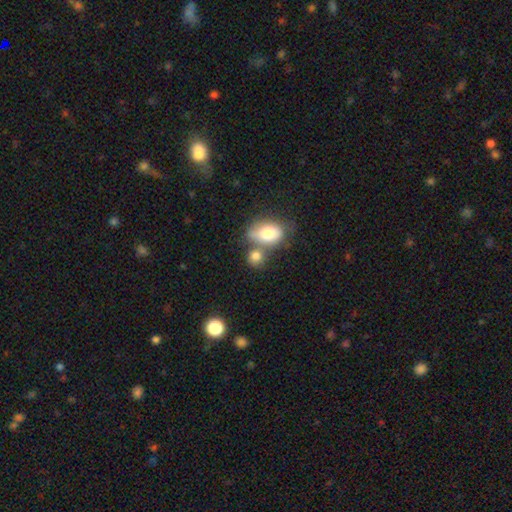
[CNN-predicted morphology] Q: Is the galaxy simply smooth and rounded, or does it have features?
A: smooth — 80%.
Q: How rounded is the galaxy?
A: round — 62%.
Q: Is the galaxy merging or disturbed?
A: none — 48%.